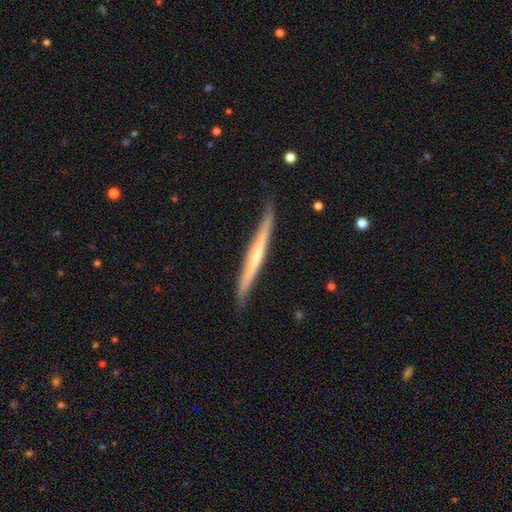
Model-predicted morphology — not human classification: This appears to be a featured or disk galaxy (63%) viewed edge-on (97%) with no central bulge (58%). Merging: none (86%).